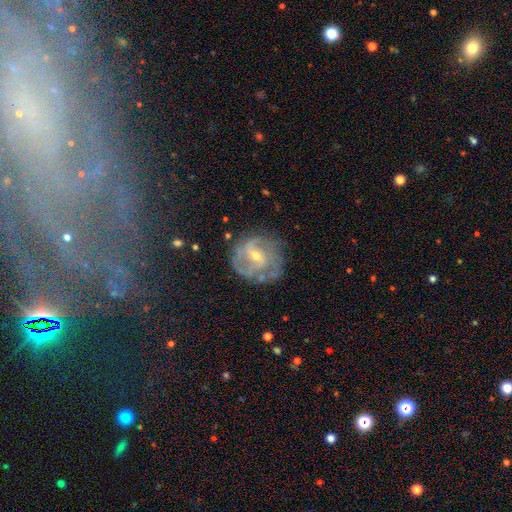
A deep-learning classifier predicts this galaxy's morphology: smooth-or-featured: featured or disk: 81% | smooth: 12% | star or artifact: 8%
  disk-edge-on: no: 97% | yes: 3%
    bar: weak: 48% | no: 30% | strong: 21%
    has-spiral-arms: yes: 88% | no: 12%
      spiral-winding: medium: 44% | tight: 36% | loose: 20%
      spiral-arm-count: 2: 46% | can't tell: 25% | 3: 16% | 1: 5% | 4: 4% | more than 4: 3%
    bulge-size: small: 59% | moderate: 38% | none: 1% | large: 1% | dominant: 1%
  merging: none: 65% | minor disturbance: 21% | major disturbance: 12% | merger: 3%